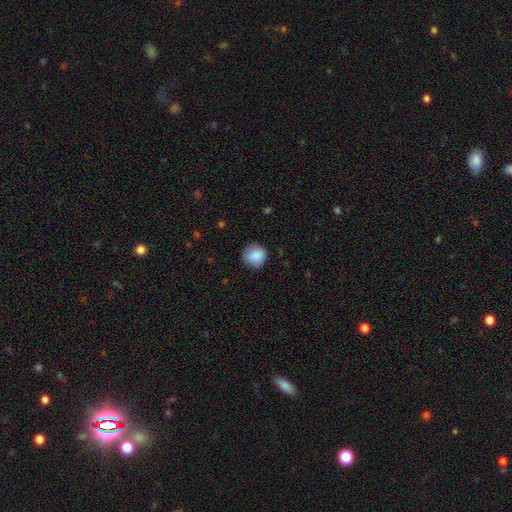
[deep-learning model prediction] Q: Smooth or featured?
A: smooth (88%); runner-up: star or artifact (8%)
Q: How rounded?
A: round (91%); runner-up: in between (8%)
Q: Merging?
A: none (83%); runner-up: minor disturbance (13%)